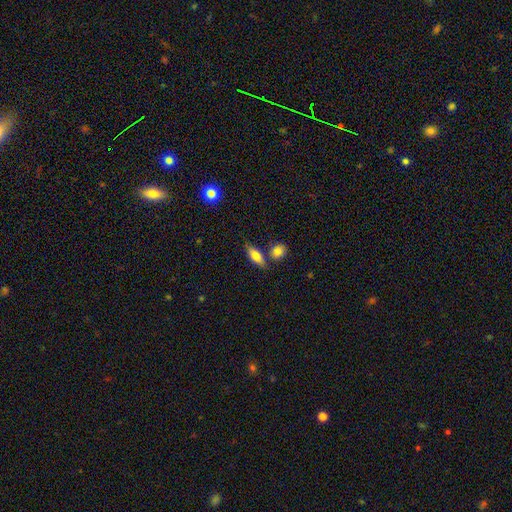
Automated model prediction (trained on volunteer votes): smooth_or_featured: smooth (p=0.75) [alt: featured or disk p=0.19]
how_rounded: in between (p=0.73) [alt: cigar-shaped p=0.23]
merging: none (p=0.70) [alt: merger p=0.14]